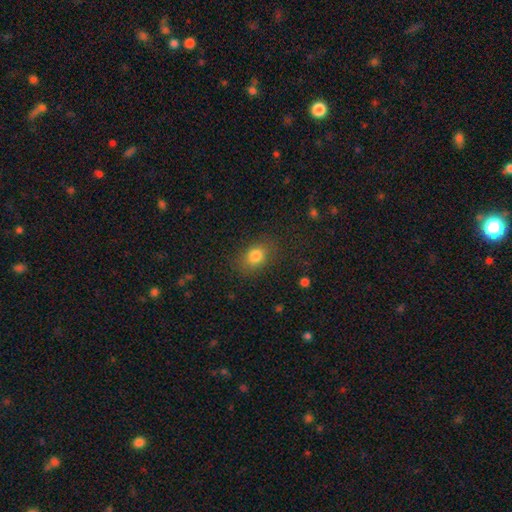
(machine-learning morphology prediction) This is clearly a smooth galaxy (81%). How rounded: possibly in between (60%). Merging: clearly none (81%).